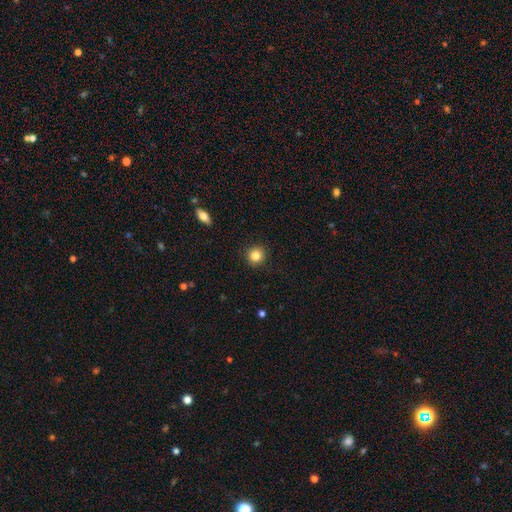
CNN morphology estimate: The model was most divided on "smooth or featured": smooth: 84%, star or artifact: 11%, featured or disk: 6%. More confident: how rounded — round (94%); merging — none (92%).